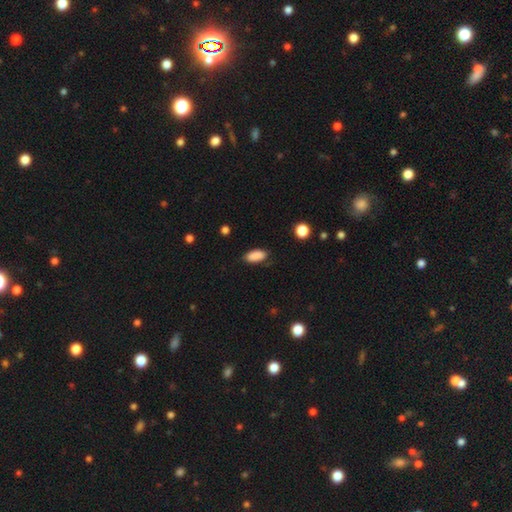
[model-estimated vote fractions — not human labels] This appears to be a smooth galaxy with no disk features (88%) that is in between round and cigar-shaped (89%). Merging: none (80%).